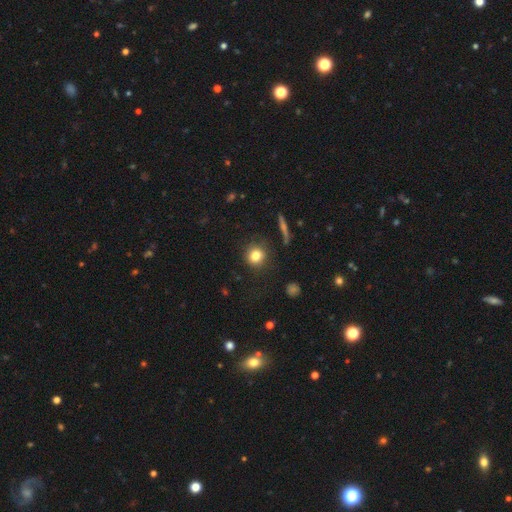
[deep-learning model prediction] This is clearly a smooth galaxy (81%). How rounded: clearly round (89%). Merging: clearly none (86%).